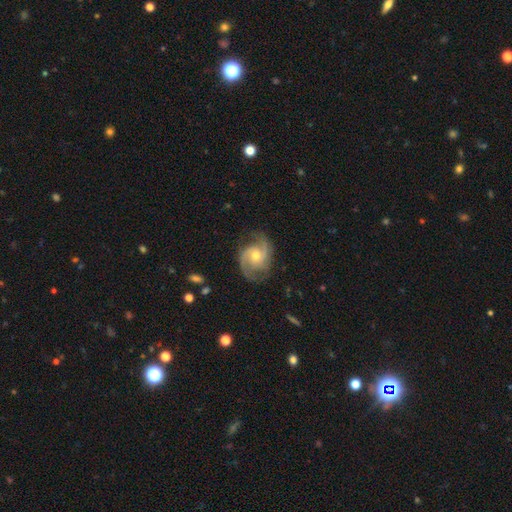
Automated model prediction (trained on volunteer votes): A featured or disk galaxy (89%) with no bar (66%), 2 (81%) medium (54%) spiral arms (98%) and a moderate central bulge (57%). Merging: none (77%).